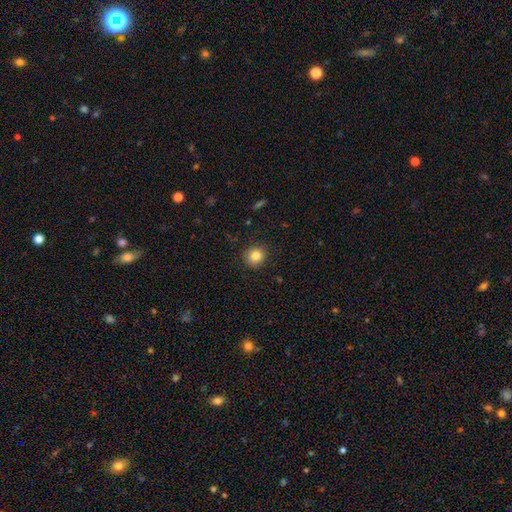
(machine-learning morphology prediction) Smooth or featured? Predicted: smooth (p=0.83). How rounded? Predicted: round (p=0.90). Merging? Predicted: none (p=0.90).